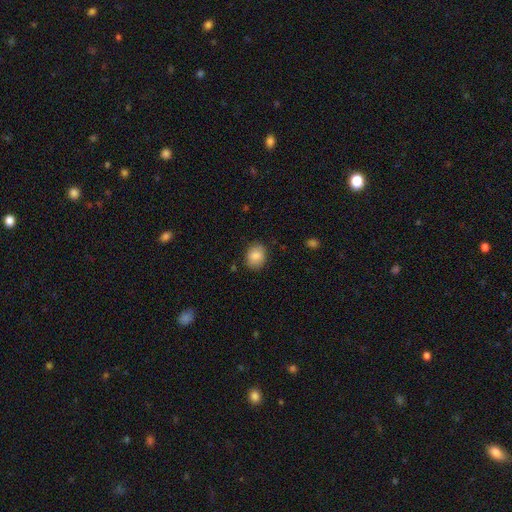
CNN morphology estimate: Smooth or featured? smooth (85%)
How rounded? round (57%)
Merging? none (82%)